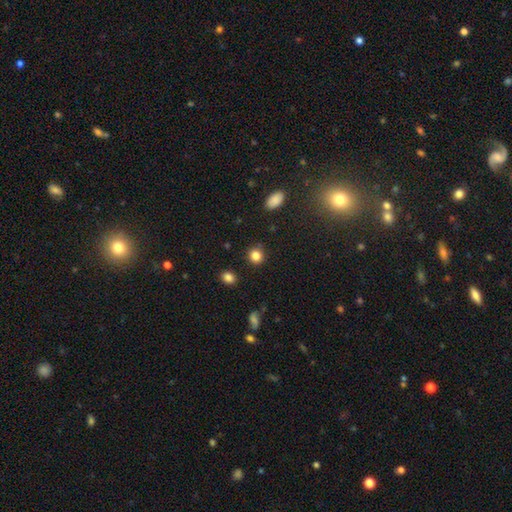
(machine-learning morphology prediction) A smooth galaxy with no disk features (84%) that is round (87%).

Vote fractions:
- Smooth or featured? smooth: 84% / star or artifact: 12% / featured or disk: 4%
- How rounded? round: 87% / in between: 12% / cigar-shaped: 1%
- Merging? none: 88% / minor disturbance: 8% / major disturbance: 2% / merger: 2%